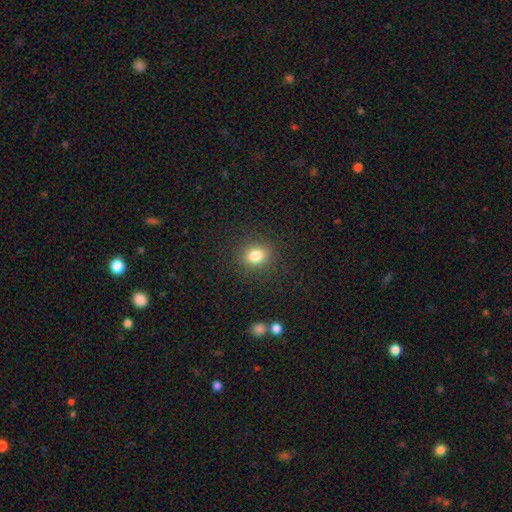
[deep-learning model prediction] Smooth or featured: smooth — 81% (star or artifact — 13%)
How rounded: round — 66% (in between — 33%)
Merging: none — 87% (minor disturbance — 8%)